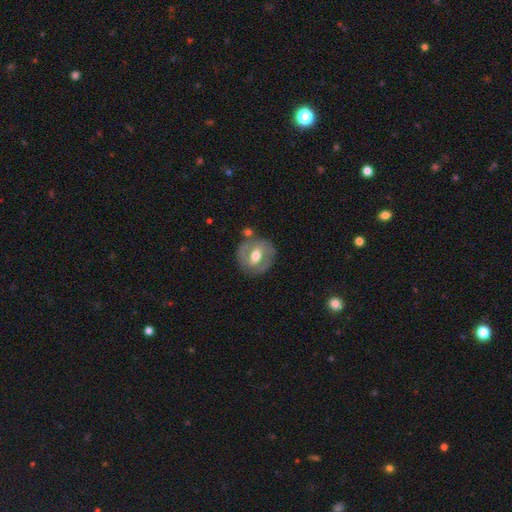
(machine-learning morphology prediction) This appears to be a featured or disk galaxy (58%) with a weak bar (45%), no spiral arms (53%) and a moderate central bulge (74%). Merging: none (73%).